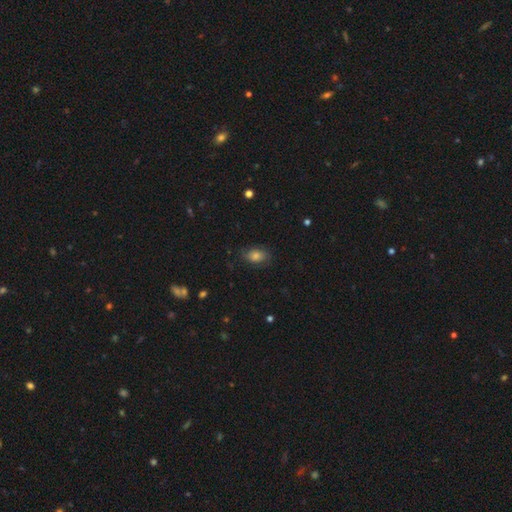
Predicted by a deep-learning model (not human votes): Q: Smooth or featured?
A: smooth (63%); runner-up: featured or disk (22%)
Q: How rounded?
A: in between (77%); runner-up: round (21%)
Q: Merging?
A: none (75%); runner-up: minor disturbance (17%)